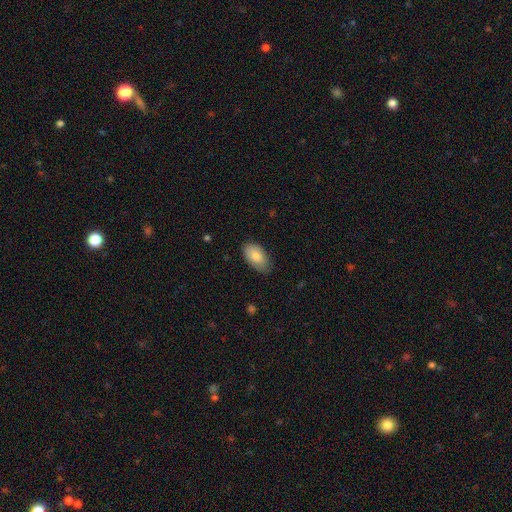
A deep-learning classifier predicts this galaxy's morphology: Smooth or featured? Predicted: smooth (p=0.83). How rounded? Predicted: in between (p=0.94). Merging? Predicted: none (p=0.75).